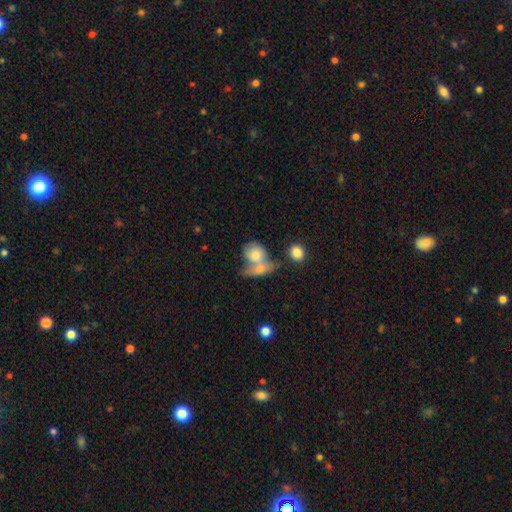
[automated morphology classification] This appears to be a smooth galaxy with no disk features (71%) that is round (50%). Merging: merger (65%).